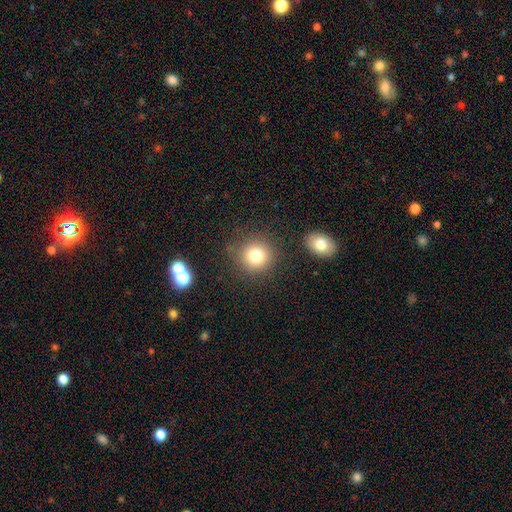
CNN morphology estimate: The model was most divided on "smooth or featured": smooth: 79%, star or artifact: 12%, featured or disk: 9%. More confident: how rounded — round (92%); merging — none (82%).